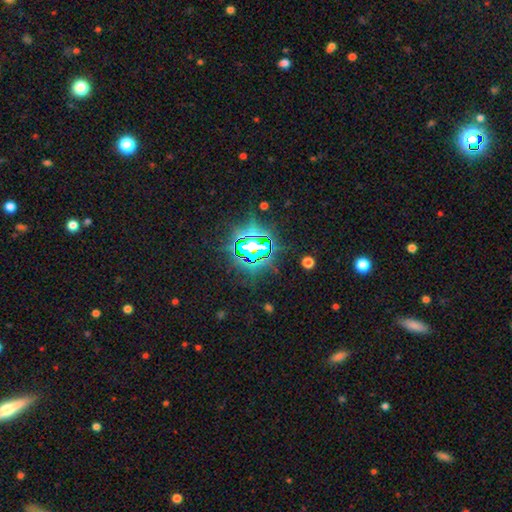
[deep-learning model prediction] A star or artifact, not a galaxy (82%).

Vote fractions:
- Smooth or featured? star or artifact: 82% / smooth: 10% / featured or disk: 8%